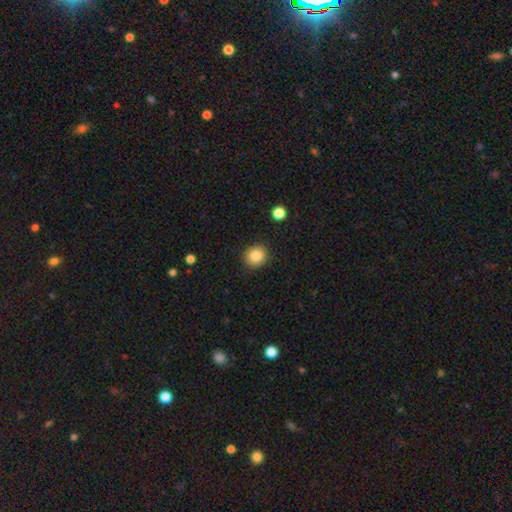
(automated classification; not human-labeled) Smooth or featured?
  - smooth: 85% *
  - star or artifact: 9%
  - featured or disk: 5%
How rounded?
  - round: 84% *
  - in between: 15%
  - cigar-shaped: 1%
Merging?
  - none: 90% *
  - minor disturbance: 7%
  - major disturbance: 2%
  - merger: 1%